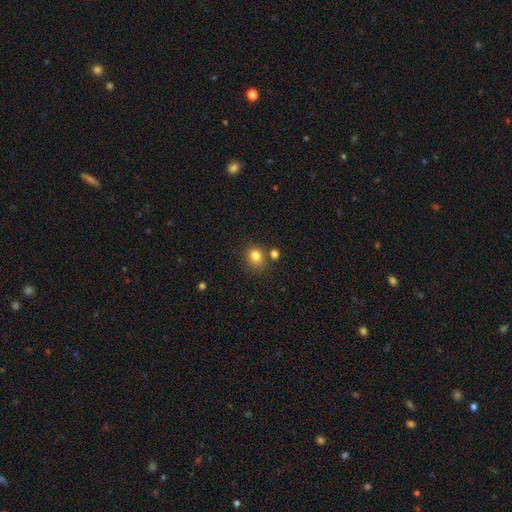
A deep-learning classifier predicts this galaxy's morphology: A smooth galaxy with no disk features (82%) that is round (57%). Merging: none (68%).